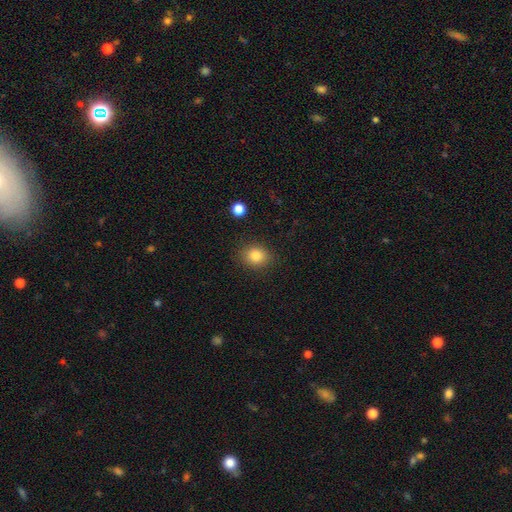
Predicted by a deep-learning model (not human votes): Q: Smooth or featured?
A: smooth (83%); runner-up: star or artifact (11%)
Q: How rounded?
A: round (63%); runner-up: in between (36%)
Q: Merging?
A: none (86%); runner-up: minor disturbance (9%)